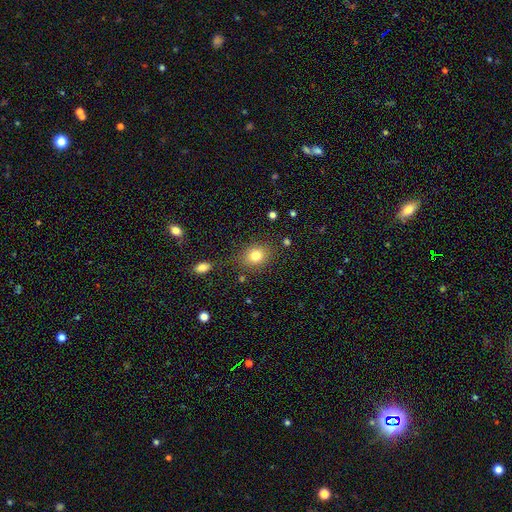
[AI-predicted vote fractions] This appears to be a smooth galaxy with no disk features (81%) that is round (60%). Merging: none (80%).